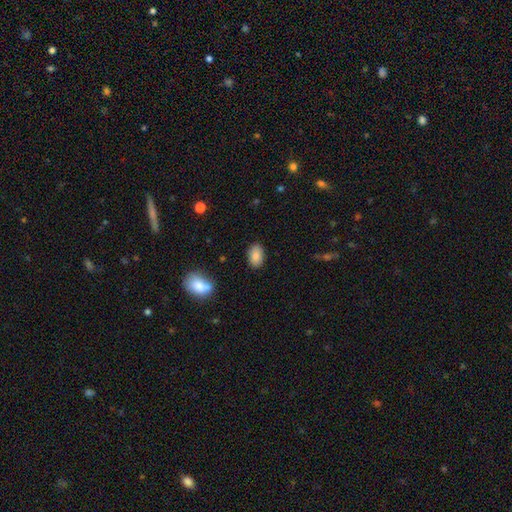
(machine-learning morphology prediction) Overall: smooth (84%). How rounded: in between (89%). Merging: none (86%).